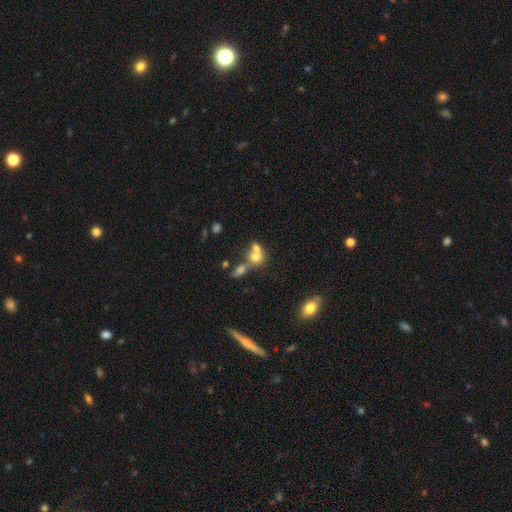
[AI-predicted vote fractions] Q: Smooth or featured?
A: smooth (68%); runner-up: featured or disk (19%)
Q: How rounded?
A: round (62%); runner-up: in between (36%)
Q: Merging?
A: merger (62%); runner-up: none (26%)